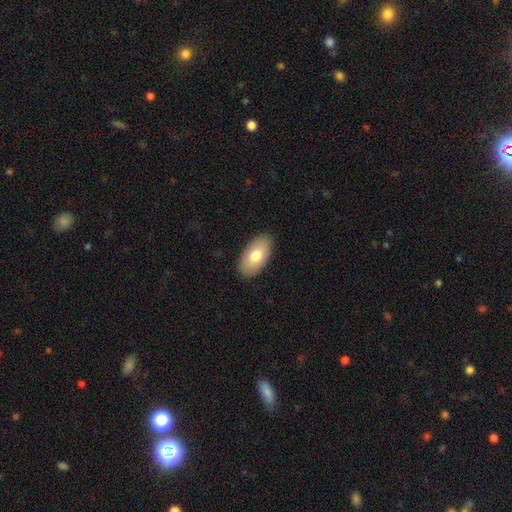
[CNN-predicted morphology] smooth 76%, featured or disk 18%, star or artifact 6%. Down the decision tree: how rounded — in between (95%); merging — none (88%).